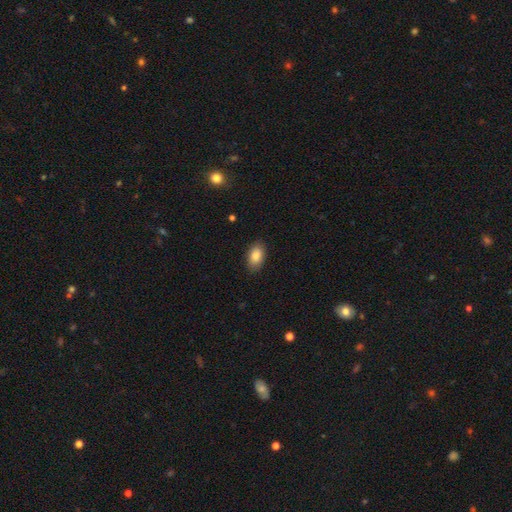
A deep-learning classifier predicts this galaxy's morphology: Smooth or featured: smooth — 86% (featured or disk — 7%)
How rounded: in between — 93% (round — 5%)
Merging: none — 87% (minor disturbance — 10%)